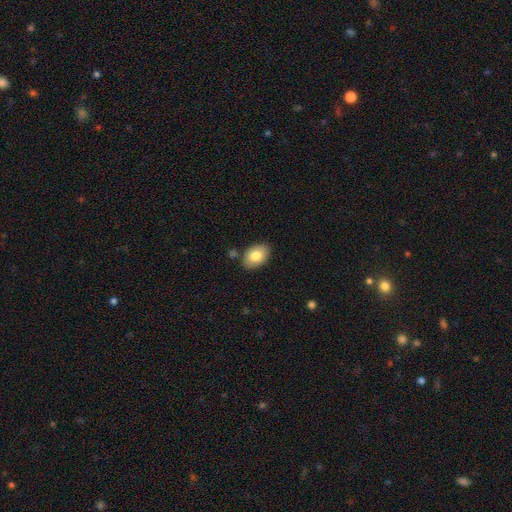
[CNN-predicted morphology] smooth-or-featured: smooth: 80% | featured or disk: 13% | star or artifact: 7%
  how-rounded: in between: 84% | round: 15% | cigar-shaped: 1%
  merging: none: 82% | minor disturbance: 11% | merger: 4% | major disturbance: 2%